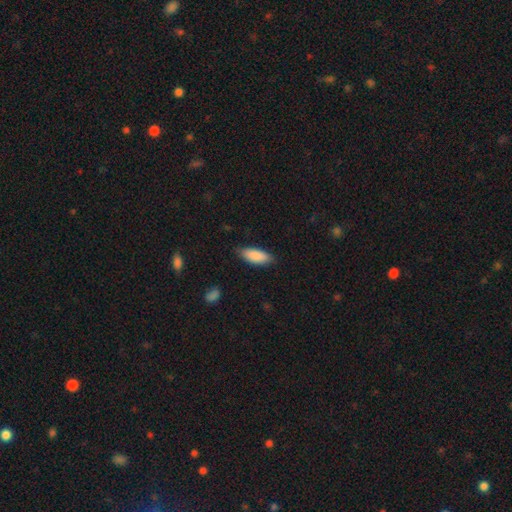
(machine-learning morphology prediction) A smooth galaxy with no disk features (88%) that is in between round and cigar-shaped (77%).

Vote fractions:
- Smooth or featured? smooth: 88% / featured or disk: 6% / star or artifact: 6%
- How rounded? in between: 77% / cigar-shaped: 22% / round: 2%
- Merging? none: 81% / minor disturbance: 15% / major disturbance: 3% / merger: 1%